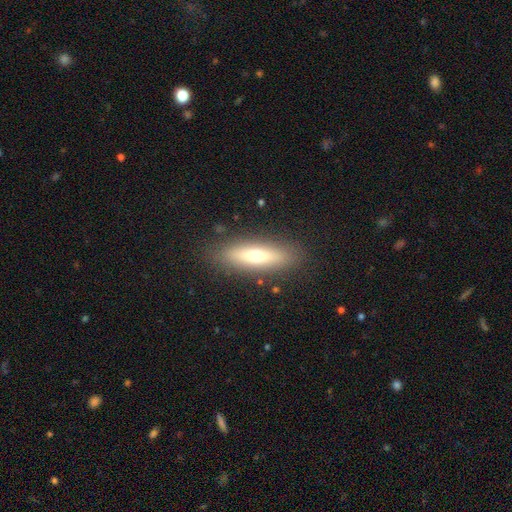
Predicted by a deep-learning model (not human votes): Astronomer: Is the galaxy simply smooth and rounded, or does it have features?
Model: smooth — 60%.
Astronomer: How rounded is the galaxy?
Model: cigar-shaped — 59% (runner-up: in between, 39%).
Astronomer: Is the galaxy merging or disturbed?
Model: none — 87%.